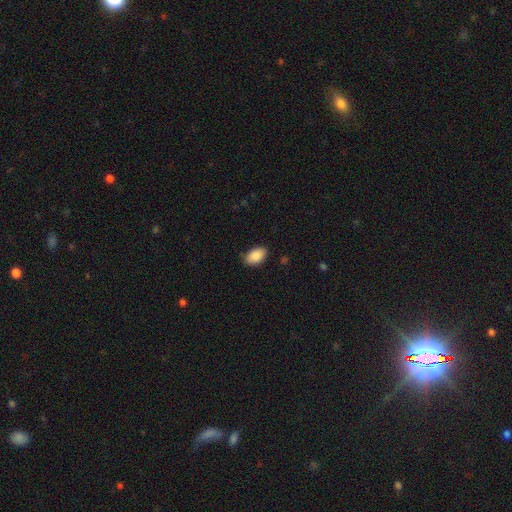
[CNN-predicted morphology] A smooth galaxy with no disk features (89%) that is in between round and cigar-shaped (93%).

Vote fractions:
- Smooth or featured? smooth: 89% / star or artifact: 7% / featured or disk: 4%
- How rounded? in between: 93% / round: 6% / cigar-shaped: 1%
- Merging? none: 81% / minor disturbance: 15% / major disturbance: 3% / merger: 1%